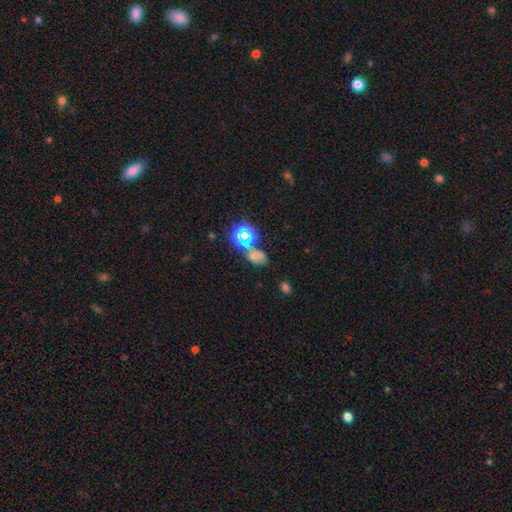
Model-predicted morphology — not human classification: Smooth or featured? smooth (56%)
How rounded? in between (76%)
Merging? none (54%)